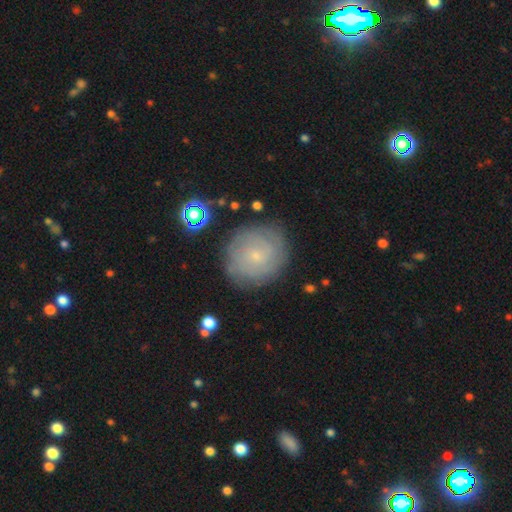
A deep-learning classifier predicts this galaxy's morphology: Smooth or featured: featured or disk — 58% (smooth — 31%)
Edge-on disk: no — 97% (yes — 3%)
Bar: no — 75% (weak — 21%)
Spiral arms: yes — 87% (no — 13%)
Bulge size: small — 84% (moderate — 10%)
Merging: none — 83% (minor disturbance — 12%)